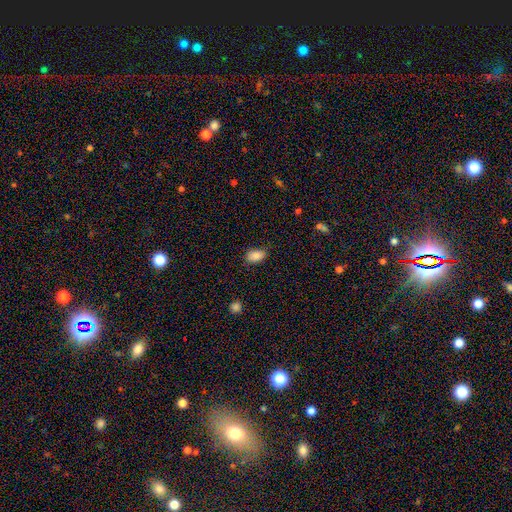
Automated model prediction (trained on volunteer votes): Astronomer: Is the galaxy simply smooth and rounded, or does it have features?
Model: smooth — 87%.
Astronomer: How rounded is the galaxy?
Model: in between — 88%.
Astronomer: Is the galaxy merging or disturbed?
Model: none — 76%.